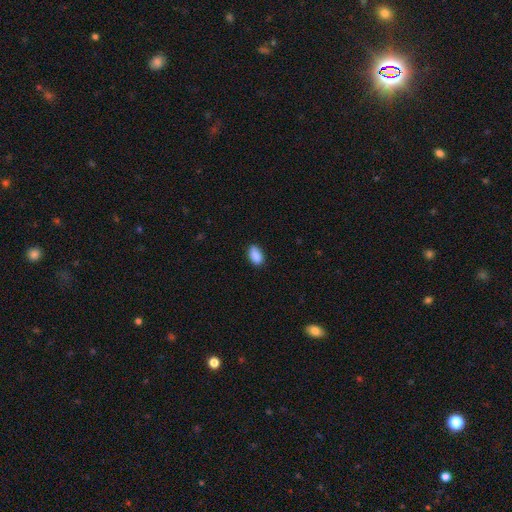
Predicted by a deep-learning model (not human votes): Smooth or featured?
  - smooth: 89% *
  - star or artifact: 7%
  - featured or disk: 4%
How rounded?
  - in between: 91% *
  - round: 7%
  - cigar-shaped: 2%
Merging?
  - none: 81% *
  - minor disturbance: 16%
  - major disturbance: 3%
  - merger: 1%